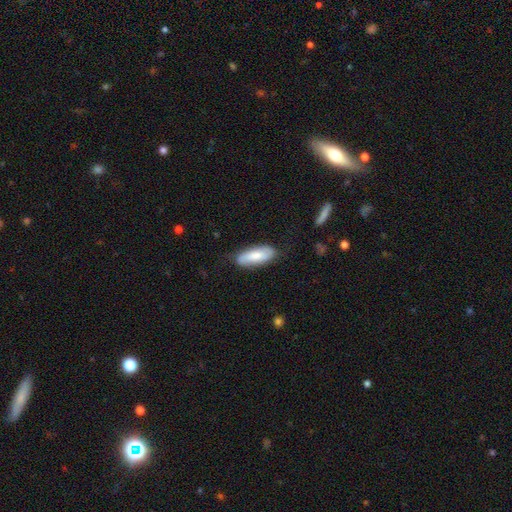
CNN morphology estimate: Overall: smooth (76%). How rounded: in between (75%). Merging: none (75%).